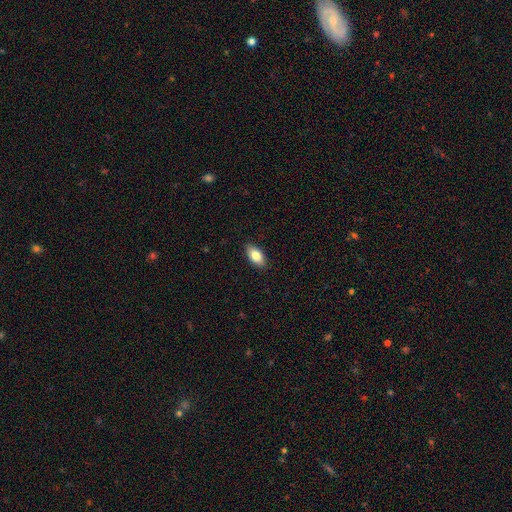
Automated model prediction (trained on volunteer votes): Smooth or featured? Predicted: smooth (p=0.84). How rounded? Predicted: in between (p=0.92). Merging? Predicted: none (p=0.89).